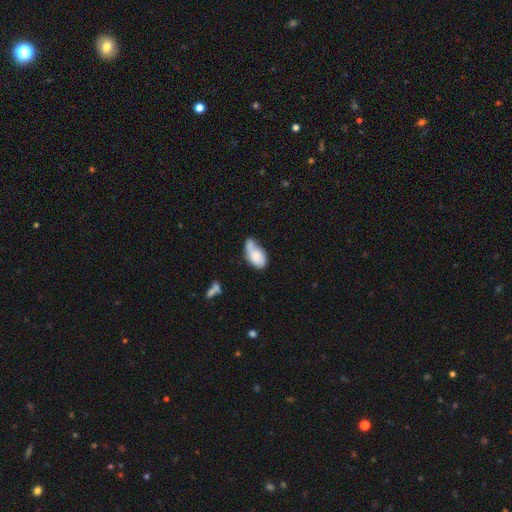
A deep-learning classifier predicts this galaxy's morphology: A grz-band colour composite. It shows a smooth galaxy with no disk features (70%) that is in between round and cigar-shaped (92%). Merging: minor disturbance (36%).